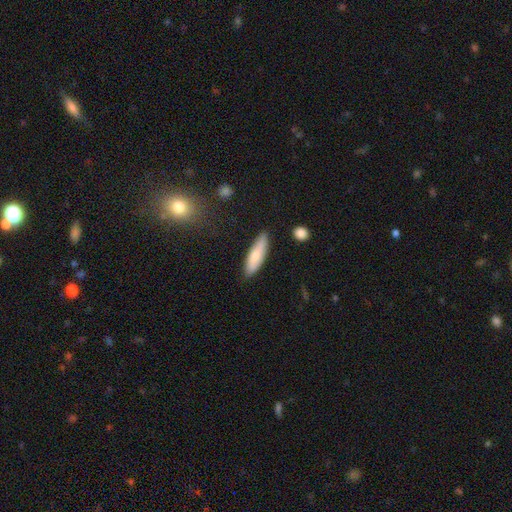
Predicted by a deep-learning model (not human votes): smooth-or-featured: smooth: 76% | featured or disk: 18% | star or artifact: 6%
  how-rounded: cigar-shaped: 60% | in between: 39% | round: 2%
  merging: none: 84% | minor disturbance: 12% | major disturbance: 2% | merger: 2%